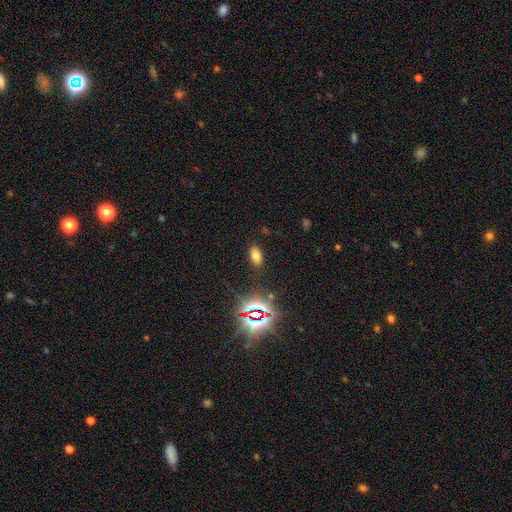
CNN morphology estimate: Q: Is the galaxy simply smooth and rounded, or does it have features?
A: smooth — 67%.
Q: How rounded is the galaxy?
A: in between — 91%.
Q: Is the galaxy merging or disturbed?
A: none — 85%.